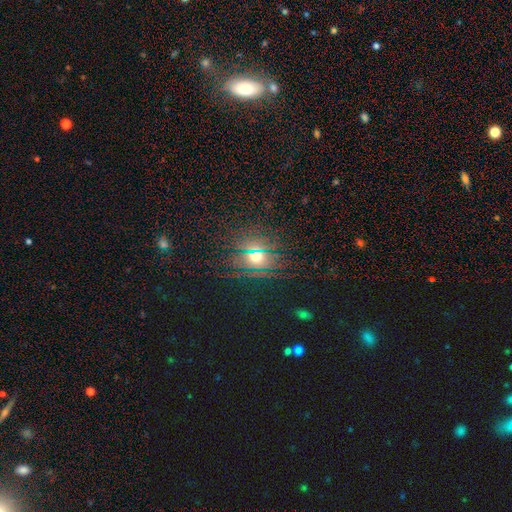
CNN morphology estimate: smooth-or-featured: smooth: 47% | star or artifact: 39% | featured or disk: 14%
  merging: none: 83% | minor disturbance: 10% | major disturbance: 5% | merger: 2%